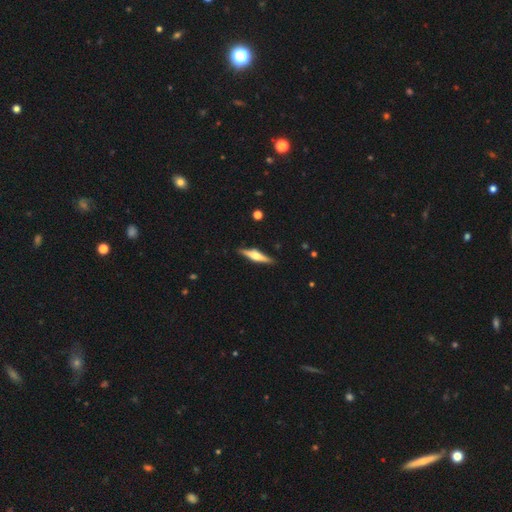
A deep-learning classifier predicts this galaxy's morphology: Q: Smooth or featured?
A: featured or disk (68%); runner-up: smooth (27%)
Q: Edge-on disk?
A: yes (97%); runner-up: no (3%)
Q: Edge-on bulge?
A: rounded (88%); runner-up: boxy (9%)
Q: Merging?
A: none (90%); runner-up: minor disturbance (8%)